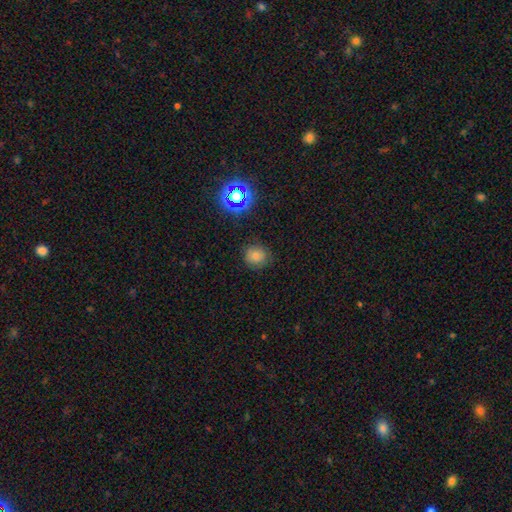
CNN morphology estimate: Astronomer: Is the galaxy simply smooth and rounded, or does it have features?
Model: smooth — 73%.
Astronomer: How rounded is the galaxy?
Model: round — 85%.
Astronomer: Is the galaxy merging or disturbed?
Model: none — 83%.